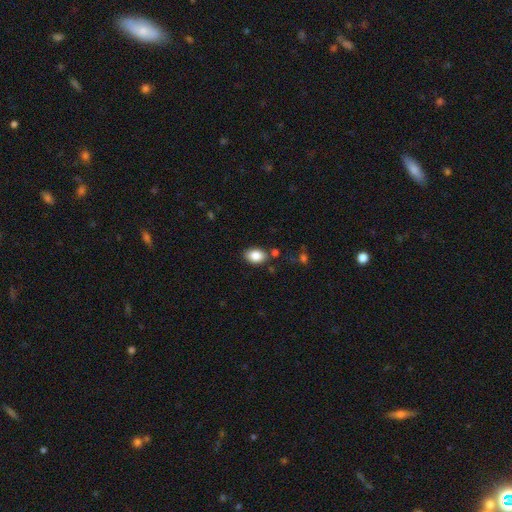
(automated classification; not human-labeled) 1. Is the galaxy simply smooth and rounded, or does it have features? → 86% smooth, 8% star or artifact, 6% featured or disk.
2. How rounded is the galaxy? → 80% in between, 19% round, 1% cigar-shaped.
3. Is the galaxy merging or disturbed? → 79% none, 13% minor disturbance, 5% merger, 3% major disturbance.